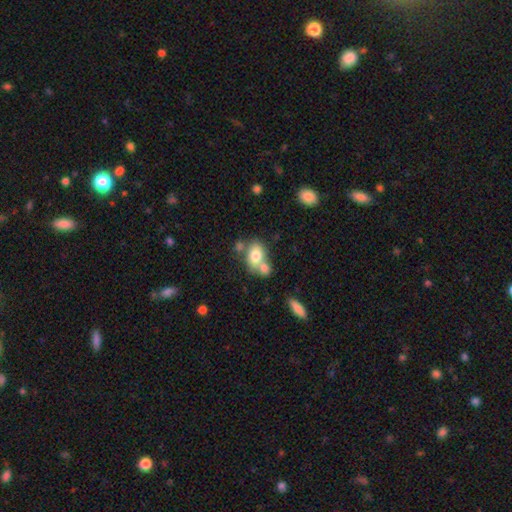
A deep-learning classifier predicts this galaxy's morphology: A smooth galaxy with no disk features (75%) that is in between round and cigar-shaped (74%).

Vote fractions:
- Smooth or featured? smooth: 75% / featured or disk: 16% / star or artifact: 8%
- How rounded? in between: 74% / round: 24% / cigar-shaped: 2%
- Merging? merger: 47% / none: 38% / minor disturbance: 11% / major disturbance: 4%